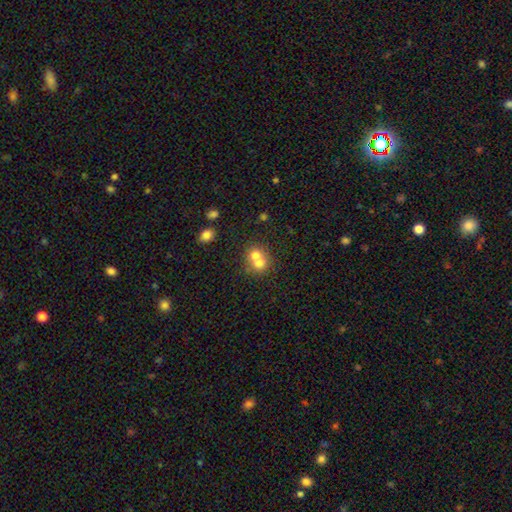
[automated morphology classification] smooth_or_featured: smooth (p=0.68) [alt: featured or disk p=0.20]
how_rounded: round (p=0.76) [alt: in between p=0.23]
merging: merger (p=0.66) [alt: none p=0.27]